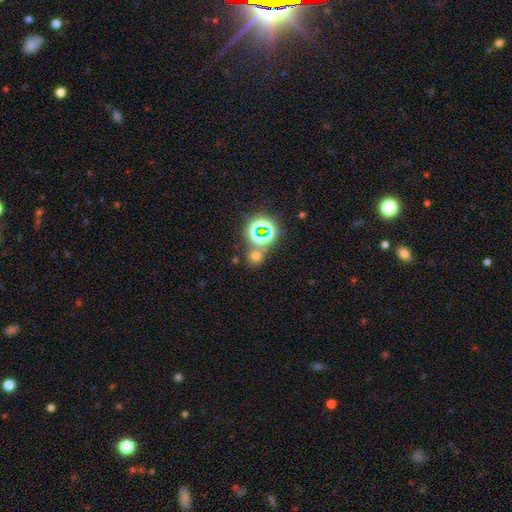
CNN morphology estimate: Overall: smooth (53%; star or artifact 39%). How rounded: round (82%). Merging: none (68%).